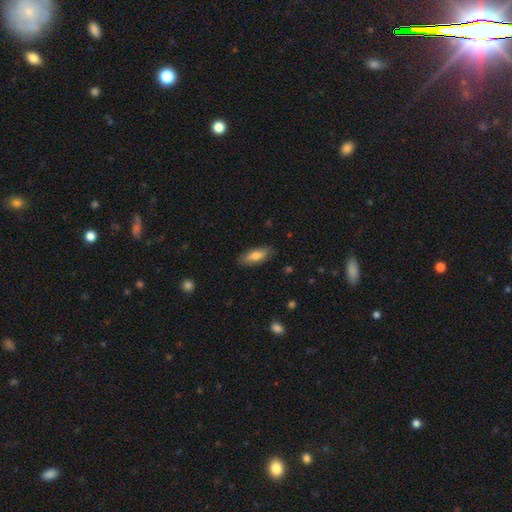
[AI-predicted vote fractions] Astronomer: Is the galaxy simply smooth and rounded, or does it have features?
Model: smooth — 76%.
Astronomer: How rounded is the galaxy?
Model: in between — 74%.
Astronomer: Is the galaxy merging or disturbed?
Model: none — 83%.